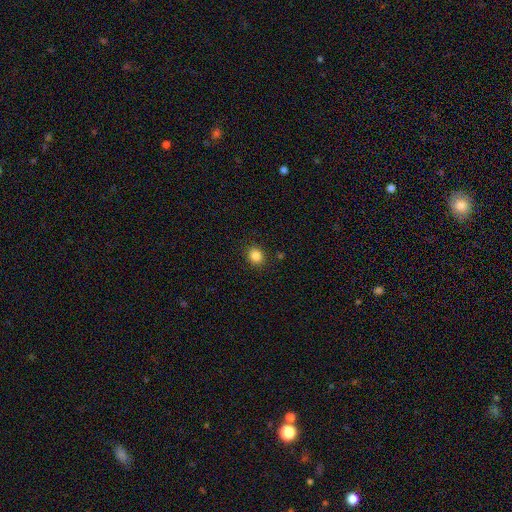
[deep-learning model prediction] Overall: smooth (85%). How rounded: round (81%). Merging: none (90%).